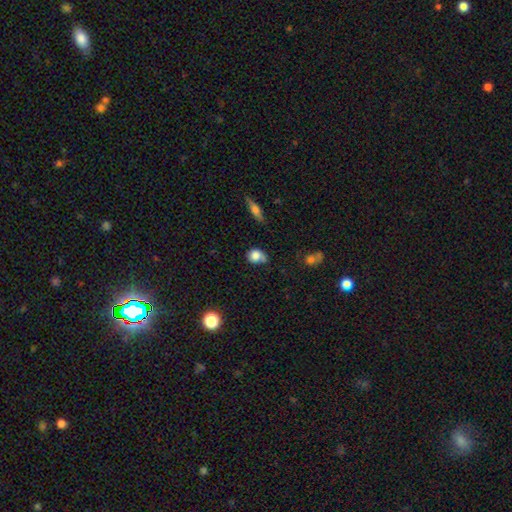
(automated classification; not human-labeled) smooth-or-featured: smooth: 79% | featured or disk: 11% | star or artifact: 10%
  how-rounded: round: 65% | in between: 33% | cigar-shaped: 2%
  merging: none: 45% | minor disturbance: 34% | major disturbance: 13% | merger: 8%